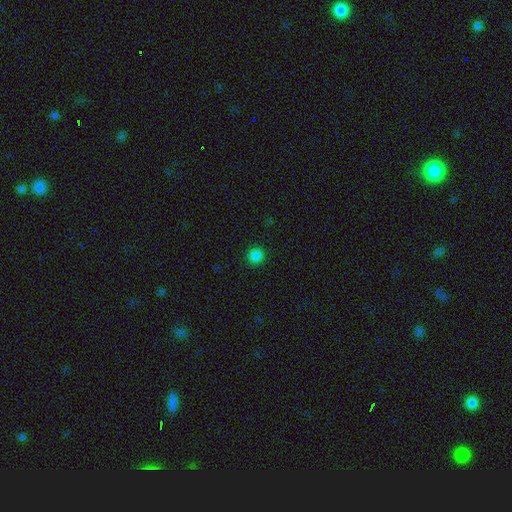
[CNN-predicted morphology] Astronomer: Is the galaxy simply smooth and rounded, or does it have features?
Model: smooth — 84%.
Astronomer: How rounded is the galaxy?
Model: round — 95%.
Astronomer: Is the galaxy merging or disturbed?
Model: none — 92%.